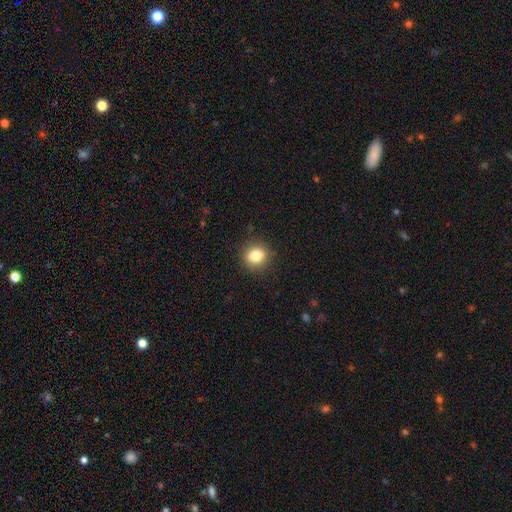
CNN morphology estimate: Overall: smooth (82%). How rounded: round (74%). Merging: none (89%).